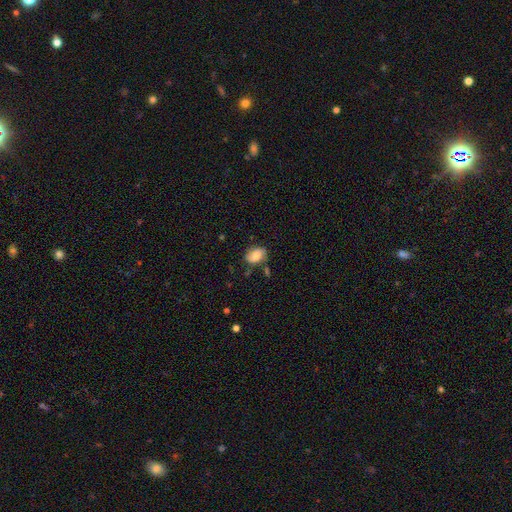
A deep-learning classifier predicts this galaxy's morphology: Smooth or featured?
  - smooth: 65% *
  - featured or disk: 26%
  - star or artifact: 9%
How rounded?
  - in between: 76% *
  - round: 22%
  - cigar-shaped: 1%
Merging?
  - none: 66% *
  - minor disturbance: 23%
  - major disturbance: 6%
  - merger: 6%